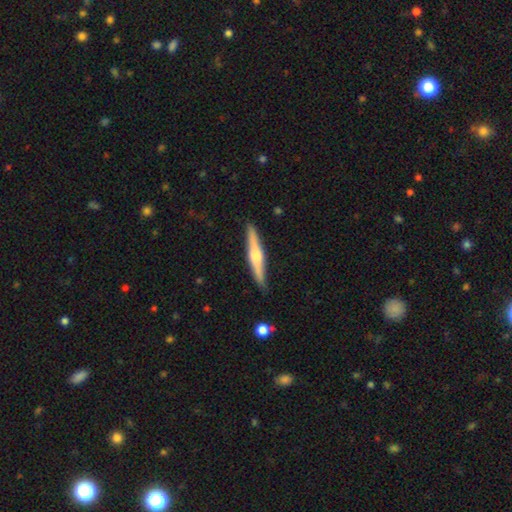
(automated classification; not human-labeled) Q: Smooth or featured?
A: featured or disk (66%); runner-up: smooth (29%)
Q: Edge-on disk?
A: yes (98%); runner-up: no (2%)
Q: Edge-on bulge?
A: rounded (85%); runner-up: boxy (10%)
Q: Merging?
A: none (89%); runner-up: minor disturbance (8%)